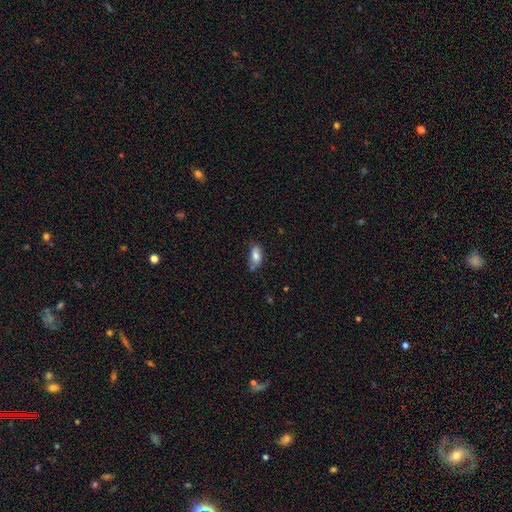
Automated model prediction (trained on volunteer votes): This appears to be a smooth galaxy with no disk features (79%) that is in between round and cigar-shaped (88%). Merging: none (54%).